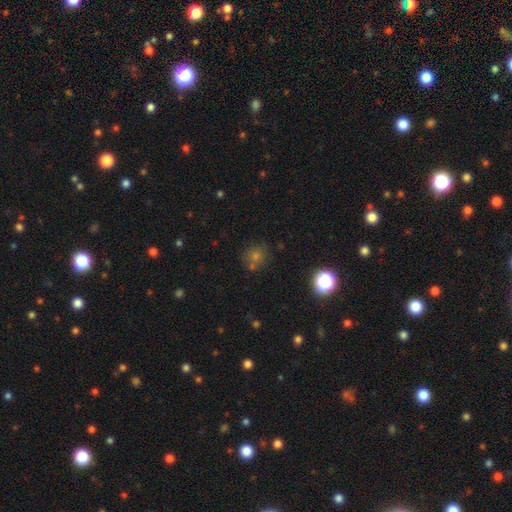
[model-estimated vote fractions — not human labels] A smooth galaxy with no disk features (61%) that is round (87%). Merging: none (73%).